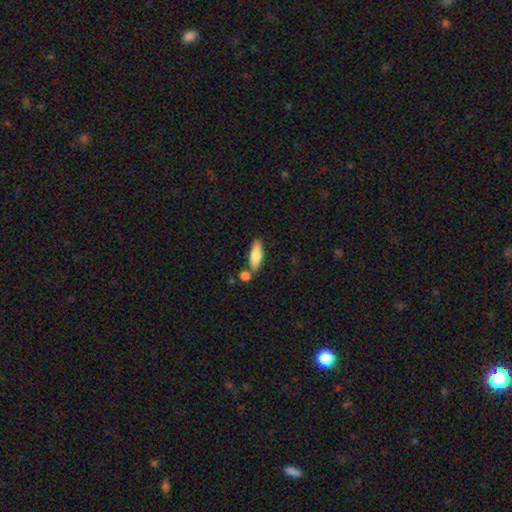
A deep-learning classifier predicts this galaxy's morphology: Smooth or featured? Predicted: smooth (p=0.76). How rounded? Predicted: in between (p=0.62). Merging? Predicted: none (p=0.69).